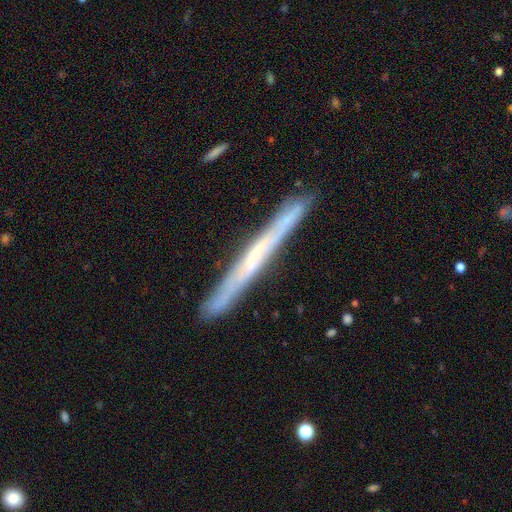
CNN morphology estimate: Smooth or featured: featured or disk — 66% (smooth — 27%)
Edge-on disk: yes — 94% (no — 6%)
Edge-on bulge: none — 72% (rounded — 21%)
Merging: none — 88% (minor disturbance — 9%)